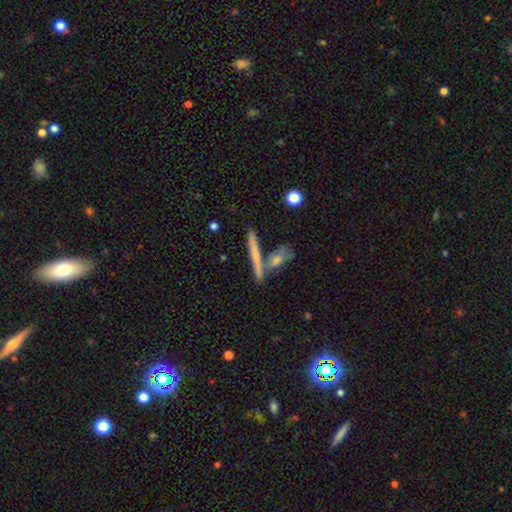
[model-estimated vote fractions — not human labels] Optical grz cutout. It shows a smooth galaxy with no disk features (50%). Merging: none (68%).